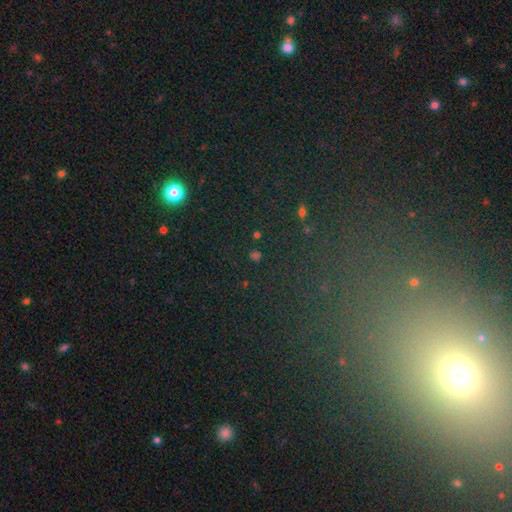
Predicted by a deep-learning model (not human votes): A star or artifact, not a galaxy (66%).

Vote fractions:
- Smooth or featured? star or artifact: 66% / smooth: 23% / featured or disk: 12%